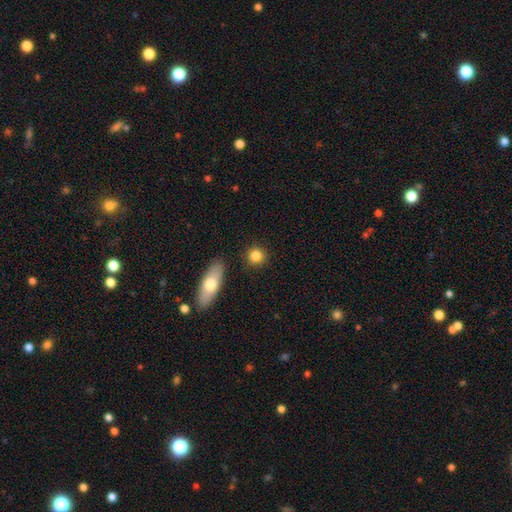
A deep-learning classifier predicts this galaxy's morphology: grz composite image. It shows a smooth galaxy with no disk features (84%) that is round (88%). Merging: none (87%).